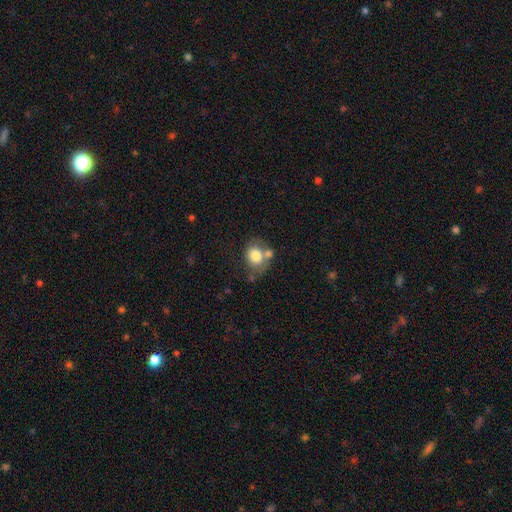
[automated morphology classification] Smooth or featured: smooth — 77% (featured or disk — 15%)
How rounded: round — 55% (in between — 44%)
Merging: none — 42% (merger — 31%)